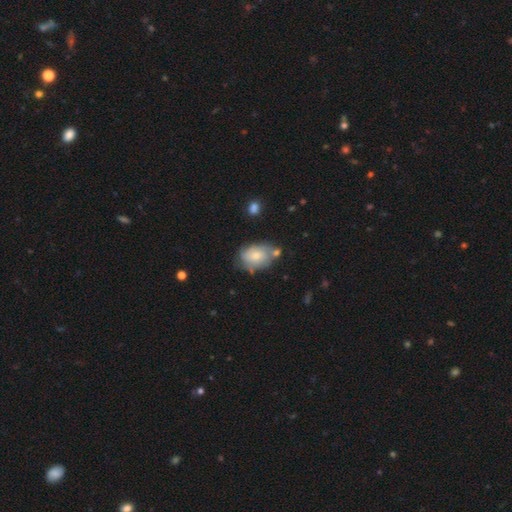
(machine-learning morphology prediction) smooth_or_featured: smooth (p=0.59) [alt: featured or disk p=0.33]
how_rounded: in between (p=0.78) [alt: round p=0.20]
merging: none (p=0.52) [alt: minor disturbance p=0.26]